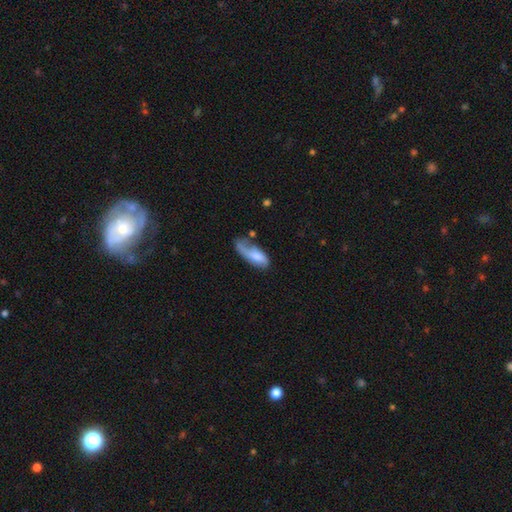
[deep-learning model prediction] smooth_or_featured: smooth (p=0.57) [alt: featured or disk p=0.36]
how_rounded: in between (p=0.76) [alt: cigar-shaped p=0.22]
merging: major disturbance (p=0.32) [alt: none p=0.30]